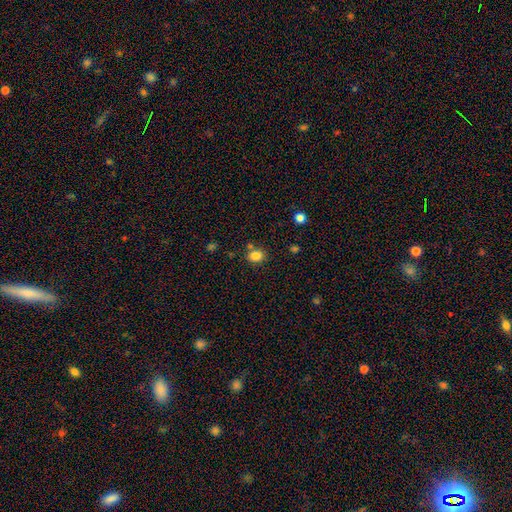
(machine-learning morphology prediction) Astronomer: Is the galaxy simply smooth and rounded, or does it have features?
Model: smooth — 83%.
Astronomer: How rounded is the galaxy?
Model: round — 50% (runner-up: in between, 49%).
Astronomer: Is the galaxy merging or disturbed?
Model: none — 73%.